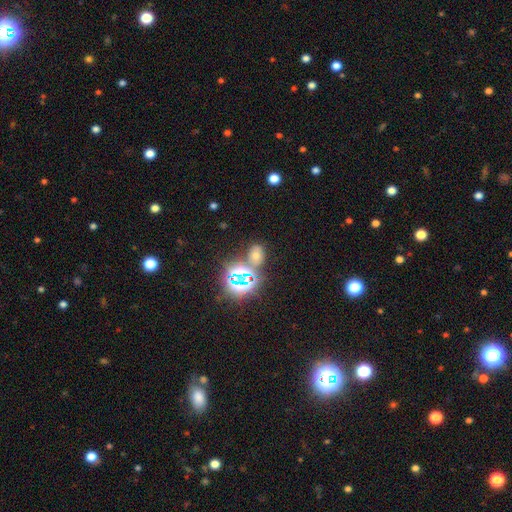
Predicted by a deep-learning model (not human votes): smooth_or_featured: star or artifact (p=0.45) [alt: smooth p=0.43]